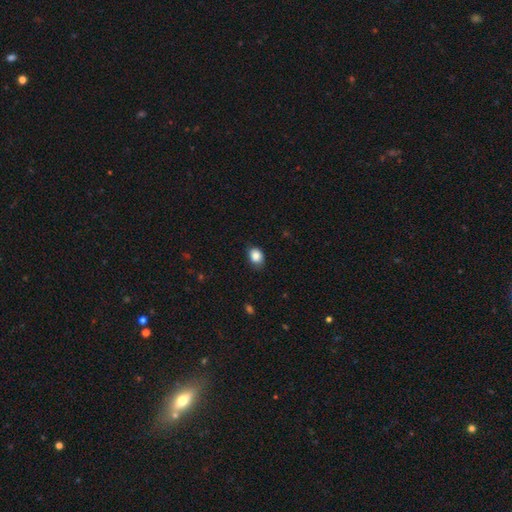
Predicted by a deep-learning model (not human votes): Q: Smooth or featured?
A: smooth (86%); runner-up: star or artifact (9%)
Q: How rounded?
A: in between (58%); runner-up: round (41%)
Q: Merging?
A: none (77%); runner-up: minor disturbance (19%)